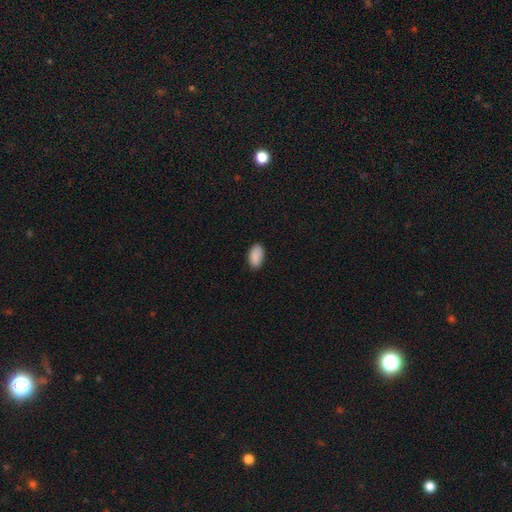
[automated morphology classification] smooth 90%, star or artifact 7%, featured or disk 3%. Down the decision tree: how rounded — in between (94%); merging — none (85%).